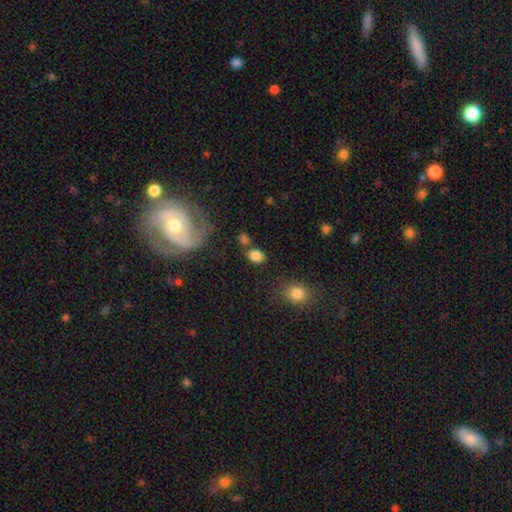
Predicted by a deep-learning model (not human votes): A smooth galaxy with no disk features (84%) that is in between round and cigar-shaped (73%).

Vote fractions:
- Smooth or featured? smooth: 84% / star or artifact: 10% / featured or disk: 6%
- How rounded? in between: 73% / round: 25% / cigar-shaped: 2%
- Merging? none: 67% / minor disturbance: 14% / merger: 13% / major disturbance: 6%